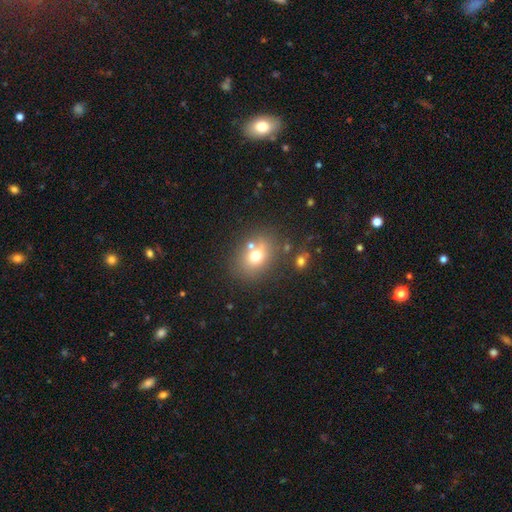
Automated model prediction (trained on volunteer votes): A smooth galaxy with no disk features (69%) that is round (51%).

Vote fractions:
- Smooth or featured? smooth: 69% / featured or disk: 16% / star or artifact: 14%
- How rounded? round: 51% / in between: 48% / cigar-shaped: 1%
- Merging? none: 66% / merger: 15% / minor disturbance: 14% / major disturbance: 6%